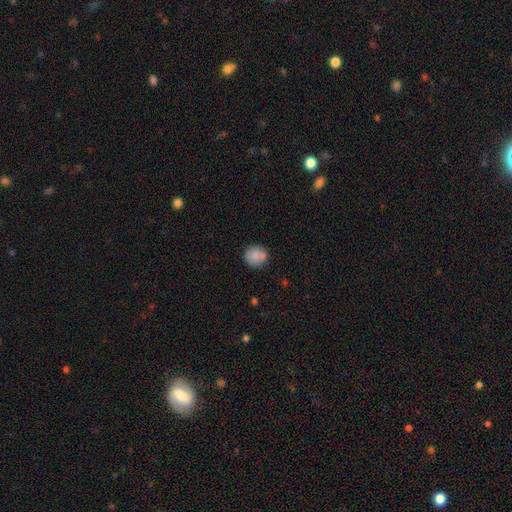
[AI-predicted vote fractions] Smooth or featured? Predicted: smooth (p=0.83). How rounded? Predicted: round (p=0.91). Merging? Predicted: none (p=0.72).